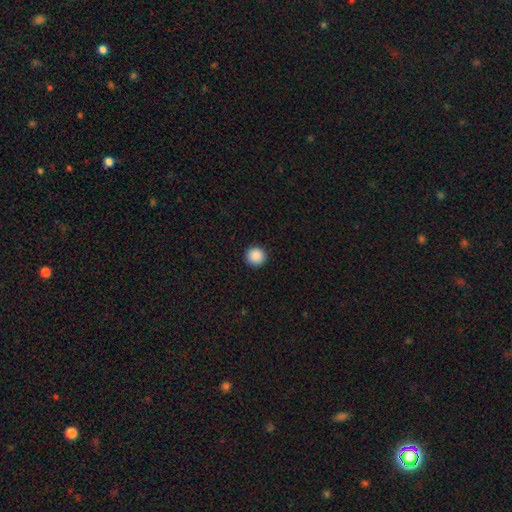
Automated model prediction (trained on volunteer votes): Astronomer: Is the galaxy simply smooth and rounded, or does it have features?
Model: smooth — 88%.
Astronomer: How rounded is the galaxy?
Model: round — 95%.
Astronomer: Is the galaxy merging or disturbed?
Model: none — 93%.